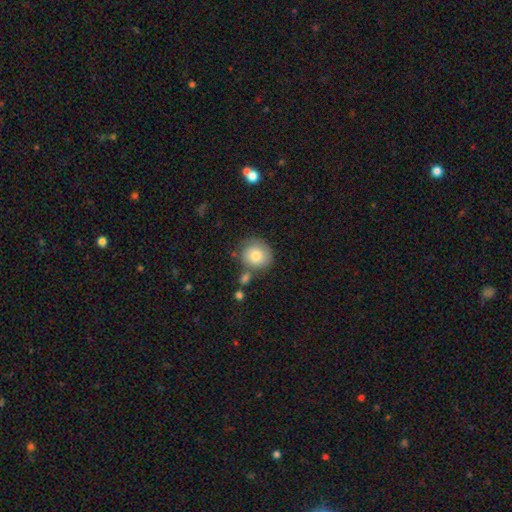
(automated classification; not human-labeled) Q: Smooth or featured?
A: smooth (72%); runner-up: featured or disk (21%)
Q: How rounded?
A: round (86%); runner-up: in between (13%)
Q: Merging?
A: none (62%); runner-up: minor disturbance (19%)